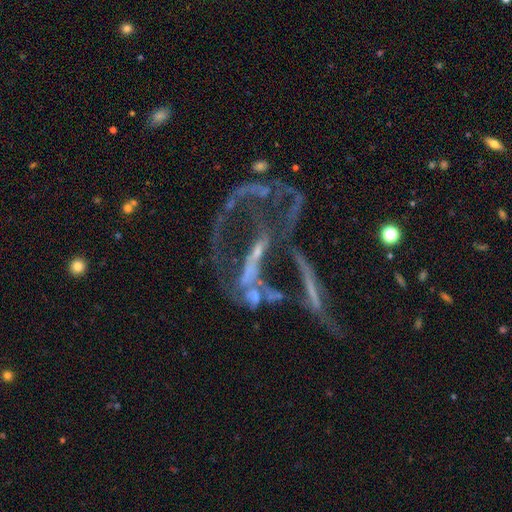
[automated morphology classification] Smooth or featured?
  - featured or disk: 70% *
  - star or artifact: 20%
  - smooth: 10%
Edge-on disk?
  - no: 92% *
  - yes: 8%
Bar?
  - no: 52% *
  - strong: 26%
  - weak: 22%
Spiral arms?
  - no: 59% *
  - yes: 41%
Bulge size?
  - none: 51% *
  - small: 33%
  - moderate: 13%
  - large: 2%
  - dominant: 2%
Merging?
  - major disturbance: 42% *
  - merger: 27%
  - none: 21%
  - minor disturbance: 10%